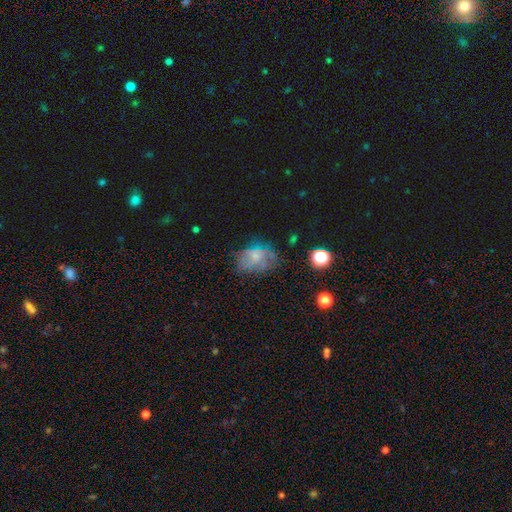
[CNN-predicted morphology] smooth_or_featured: smooth (p=0.45) [alt: featured or disk p=0.40]
merging: none (p=0.43) [alt: minor disturbance p=0.27]